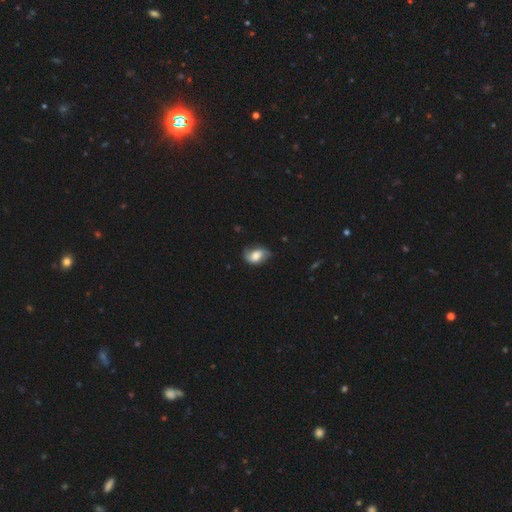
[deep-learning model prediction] smooth-or-featured: featured or disk: 52% | smooth: 40% | star or artifact: 8%
  disk-edge-on: no: 96% | yes: 4%
  merging: none: 60% | minor disturbance: 27% | major disturbance: 11% | merger: 2%